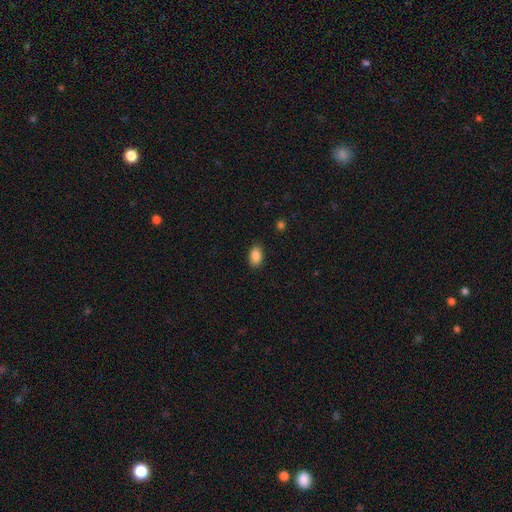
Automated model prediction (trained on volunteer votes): This is clearly a smooth galaxy (88%). How rounded: clearly in between (89%). Merging: clearly none (86%).